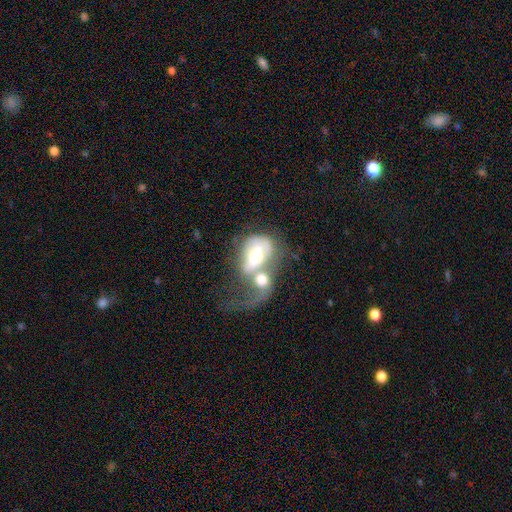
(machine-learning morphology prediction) featured or disk 54%, smooth 38%, star or artifact 8%. Down the decision tree: edge-on disk — no (94%); bar — no (59%); spiral arms — yes (52%); bulge size — moderate (61%); merging — merger (69%).